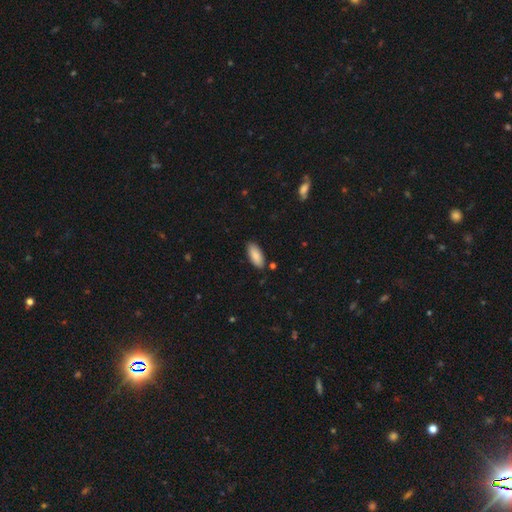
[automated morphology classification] Smooth or featured? Predicted: smooth (p=0.87). How rounded? Predicted: in between (p=0.86). Merging? Predicted: none (p=0.86).